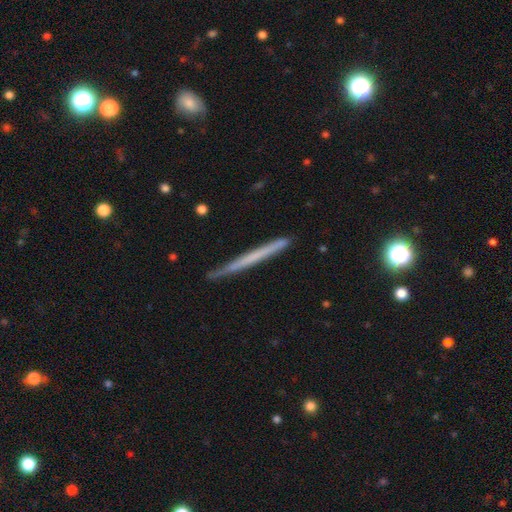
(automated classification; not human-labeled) This appears to be a featured or disk galaxy (48%). Merging: none (89%).